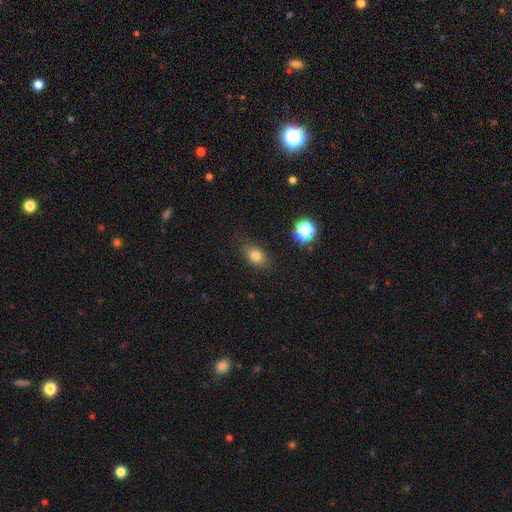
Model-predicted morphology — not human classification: Smooth or featured? Predicted: smooth (p=0.78). How rounded? Predicted: in between (p=0.76). Merging? Predicted: none (p=0.82).